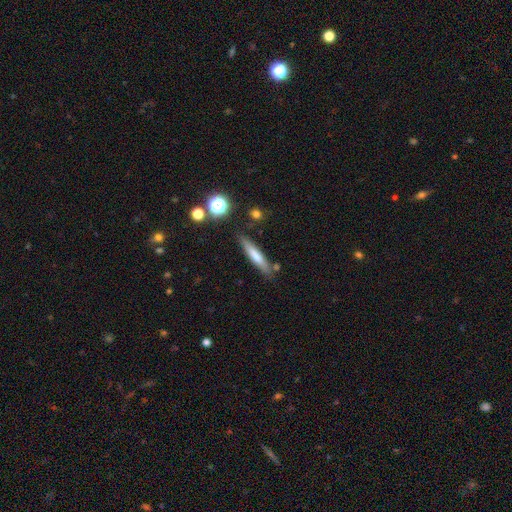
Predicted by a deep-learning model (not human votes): Smooth or featured: smooth — 65% (featured or disk — 28%)
How rounded: cigar-shaped — 89% (in between — 9%)
Merging: none — 81% (minor disturbance — 12%)